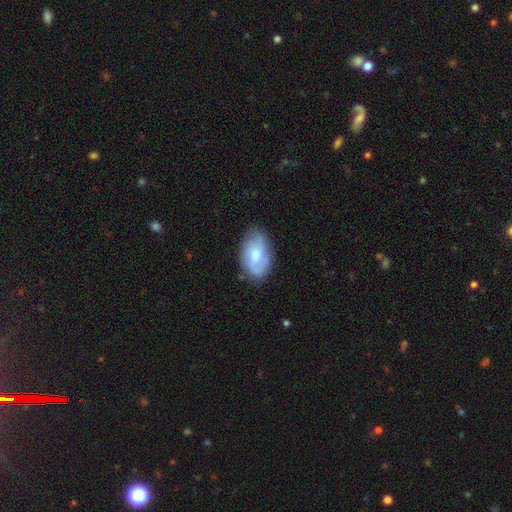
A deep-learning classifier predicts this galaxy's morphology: A smooth galaxy with no disk features (55%) that is in between round and cigar-shaped (91%). Merging: none (74%).